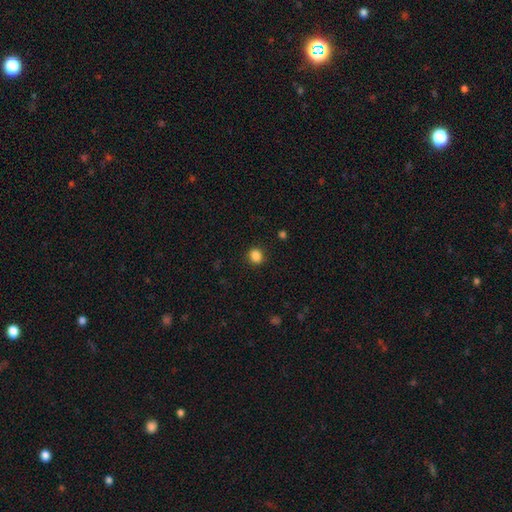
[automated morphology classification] A smooth galaxy with no disk features (86%) that is round (74%). Merging: none (89%).